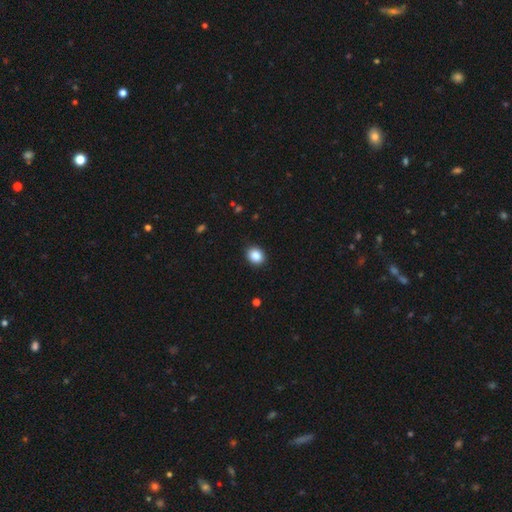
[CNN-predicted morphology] Smooth or featured: smooth — 87% (star or artifact — 9%)
How rounded: round — 61% (in between — 38%)
Merging: none — 90% (minor disturbance — 7%)